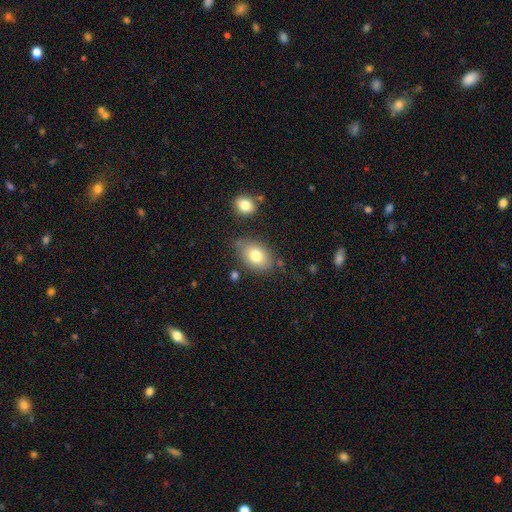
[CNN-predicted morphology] A smooth galaxy with no disk features (77%) that is in between round and cigar-shaped (77%).

Vote fractions:
- Smooth or featured? smooth: 77% / featured or disk: 14% / star or artifact: 9%
- How rounded? in between: 77% / round: 21% / cigar-shaped: 1%
- Merging? none: 68% / minor disturbance: 20% / merger: 6% / major disturbance: 6%